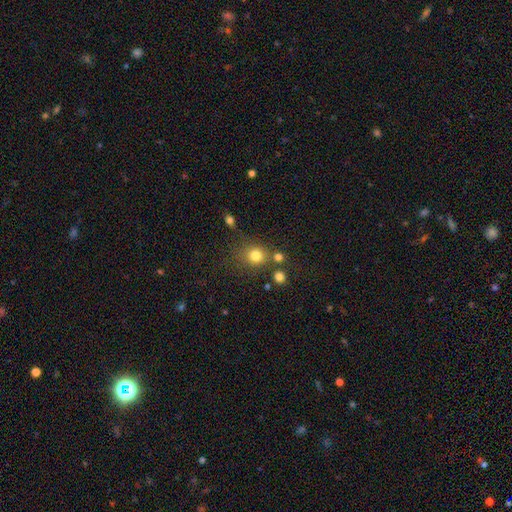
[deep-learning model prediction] Smooth or featured?
  - smooth: 78% *
  - star or artifact: 15%
  - featured or disk: 7%
How rounded?
  - round: 82% *
  - in between: 17%
  - cigar-shaped: 1%
Merging?
  - none: 69% *
  - merger: 13%
  - minor disturbance: 12%
  - major disturbance: 6%